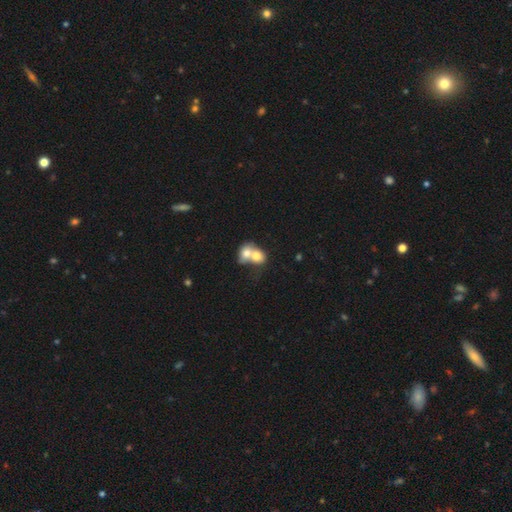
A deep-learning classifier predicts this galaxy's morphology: smooth-or-featured: smooth: 69% | featured or disk: 23% | star or artifact: 8%
  how-rounded: round: 51% | in between: 48% | cigar-shaped: 1%
  merging: merger: 80% | none: 12% | minor disturbance: 4% | major disturbance: 3%